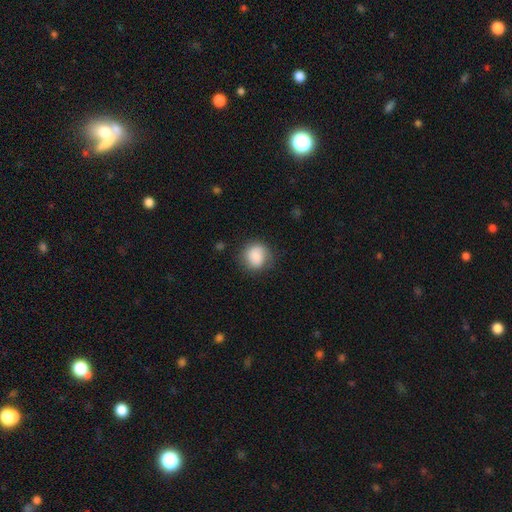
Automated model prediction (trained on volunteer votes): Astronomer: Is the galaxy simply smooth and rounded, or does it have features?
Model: smooth — 82%.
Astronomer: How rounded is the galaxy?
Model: round — 80%.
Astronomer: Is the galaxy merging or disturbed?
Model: none — 71%.